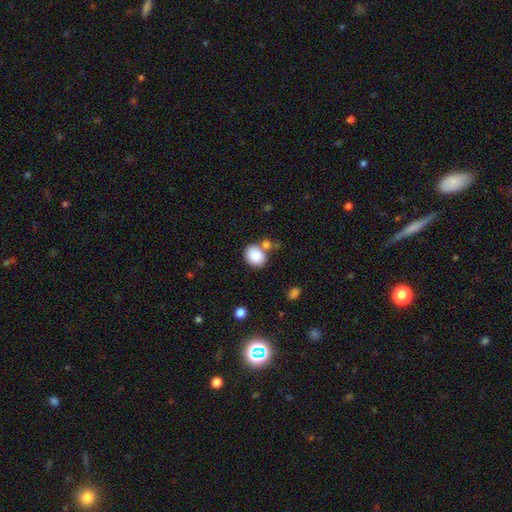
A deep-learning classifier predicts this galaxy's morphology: The model was most divided on "how rounded": round: 55%, in between: 44%, cigar-shaped: 1%. More confident: smooth or featured — smooth (86%); merging — none (57%).